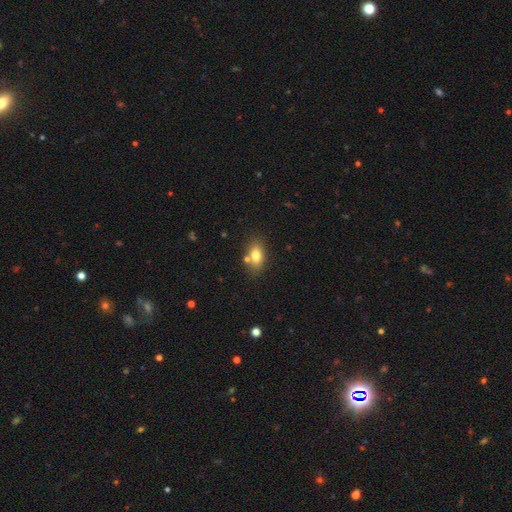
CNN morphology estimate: Smooth or featured?
  - smooth: 78% *
  - featured or disk: 13%
  - star or artifact: 9%
How rounded?
  - in between: 84% *
  - round: 12%
  - cigar-shaped: 4%
Merging?
  - none: 71% *
  - merger: 13%
  - minor disturbance: 13%
  - major disturbance: 3%